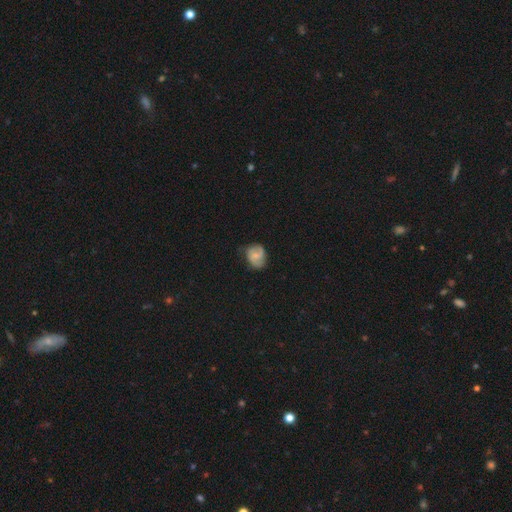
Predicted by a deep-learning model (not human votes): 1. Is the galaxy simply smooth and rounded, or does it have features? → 48% featured or disk, 44% smooth, 8% star or artifact.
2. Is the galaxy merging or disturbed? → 62% none, 28% minor disturbance, 8% major disturbance, 2% merger.